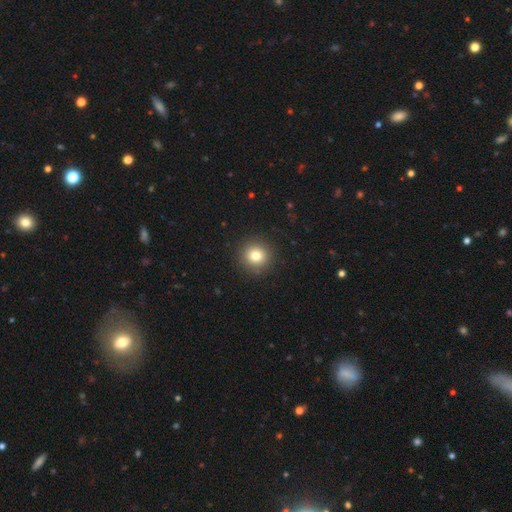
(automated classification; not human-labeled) Q: Smooth or featured?
A: smooth (80%); runner-up: star or artifact (12%)
Q: How rounded?
A: round (94%); runner-up: in between (5%)
Q: Merging?
A: none (91%); runner-up: minor disturbance (6%)